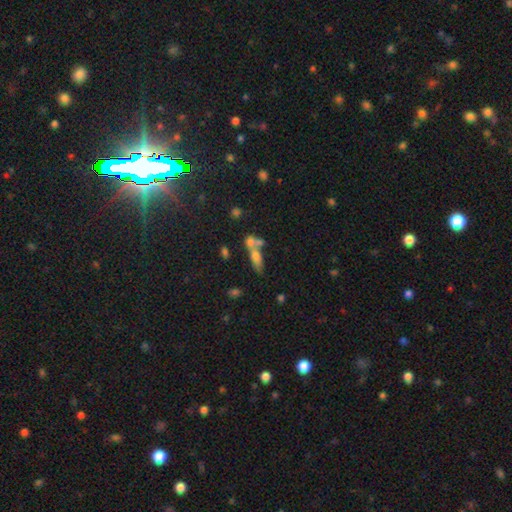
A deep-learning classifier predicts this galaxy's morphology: This appears to be a smooth galaxy with no disk features (53%) that is in between round and cigar-shaped (54%). Merging: merger (47%).